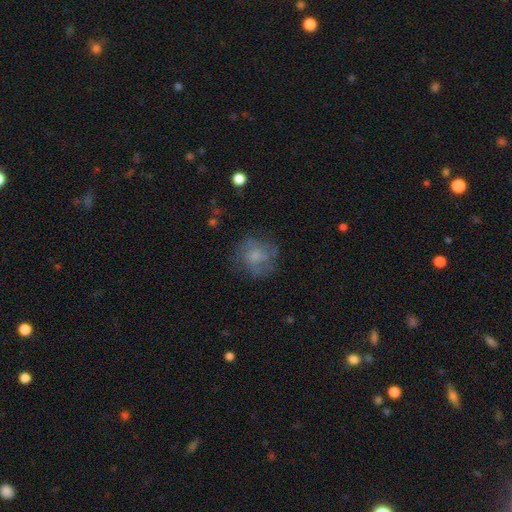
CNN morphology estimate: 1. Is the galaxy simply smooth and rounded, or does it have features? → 60% smooth, 29% featured or disk, 11% star or artifact.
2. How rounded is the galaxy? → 85% round, 14% in between, 1% cigar-shaped.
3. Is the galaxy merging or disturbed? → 65% none, 20% minor disturbance, 13% major disturbance, 2% merger.